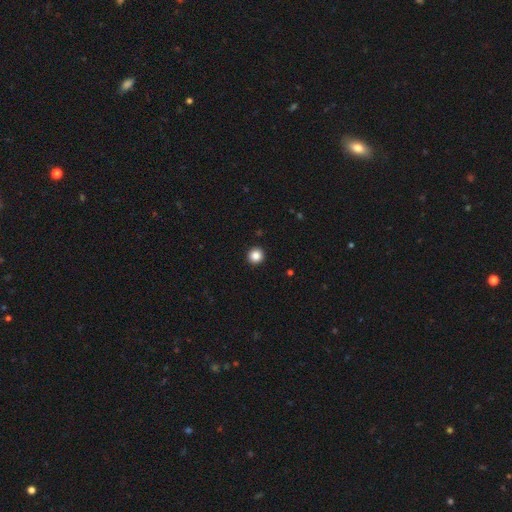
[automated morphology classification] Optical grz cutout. It shows a smooth galaxy with no disk features (86%) that is round (95%). Merging: none (94%).